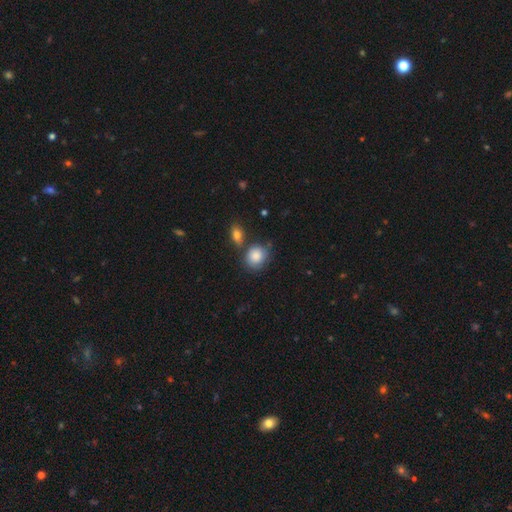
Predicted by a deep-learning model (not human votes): Smooth or featured? smooth (84%)
How rounded? round (67%)
Merging? none (61%)